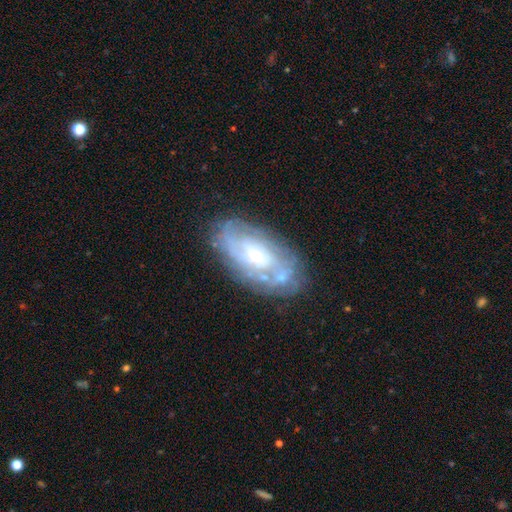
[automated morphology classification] smooth-or-featured: featured or disk: 76% | smooth: 17% | star or artifact: 7%
  disk-edge-on: no: 93% | yes: 7%
    bar: no: 69% | weak: 25% | strong: 6%
    has-spiral-arms: yes: 78% | no: 22%
      spiral-winding: tight: 62% | medium: 28% | loose: 10%
      spiral-arm-count: can't tell: 55% | 2: 19% | 3: 10% | 4: 7% | more than 4: 4% | 1: 4%
    bulge-size: small: 67% | moderate: 29% | large: 2% | none: 2% | dominant: 1%
  merging: none: 69% | minor disturbance: 18% | major disturbance: 7% | merger: 5%